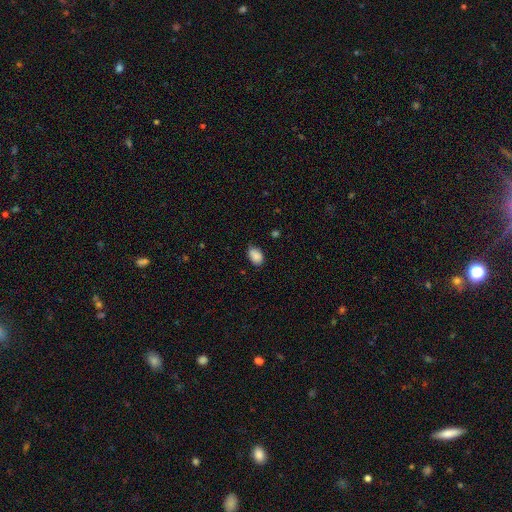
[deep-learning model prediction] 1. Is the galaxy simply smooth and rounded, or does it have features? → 87% smooth, 8% star or artifact, 5% featured or disk.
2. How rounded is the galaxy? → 85% in between, 14% round, 1% cigar-shaped.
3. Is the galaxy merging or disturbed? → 68% none, 26% minor disturbance, 4% major disturbance, 1% merger.